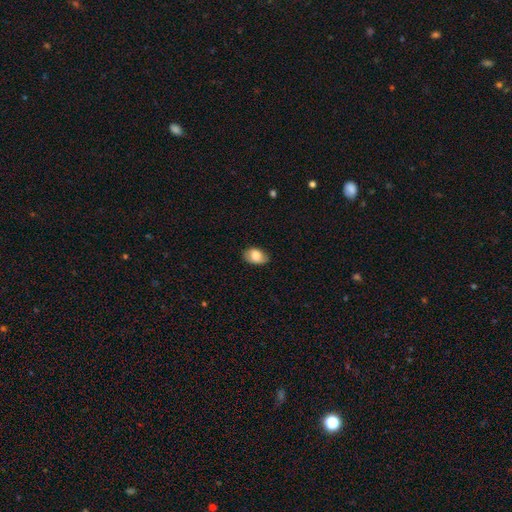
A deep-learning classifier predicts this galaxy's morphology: smooth-or-featured: smooth: 81% | featured or disk: 12% | star or artifact: 7%
  how-rounded: in between: 86% | round: 12% | cigar-shaped: 1%
  merging: none: 75% | minor disturbance: 20% | major disturbance: 4% | merger: 1%